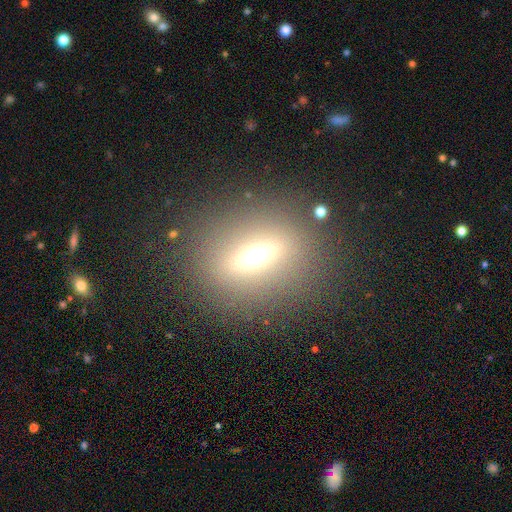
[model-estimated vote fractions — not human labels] A smooth galaxy with no disk features (42%). Merging: none (83%).